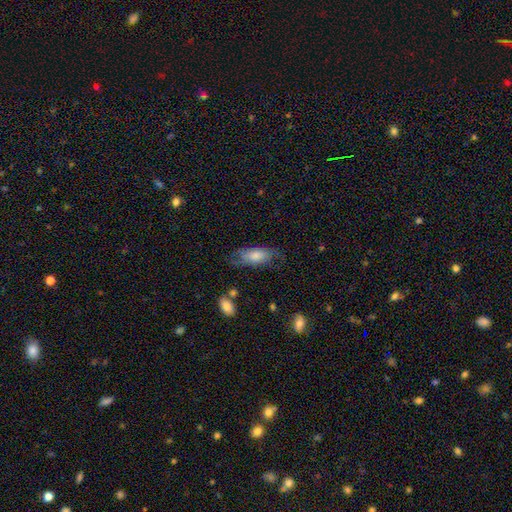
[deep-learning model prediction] smooth_or_featured: smooth (p=0.63) [alt: featured or disk p=0.31]
how_rounded: in between (p=0.84) [alt: cigar-shaped p=0.13]
merging: none (p=0.56) [alt: minor disturbance p=0.27]